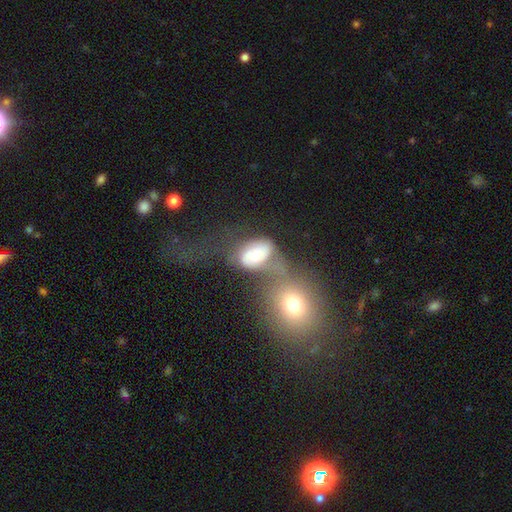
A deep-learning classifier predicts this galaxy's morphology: This appears to be a smooth galaxy with no disk features (48%). Merging: merger (43%).